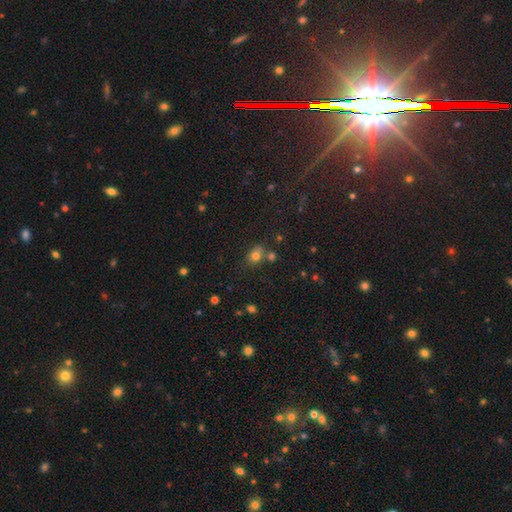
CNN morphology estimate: The model was most divided on "how rounded": in between: 57%, round: 41%, cigar-shaped: 2%. More confident: smooth or featured — smooth (73%); merging — none (55%).